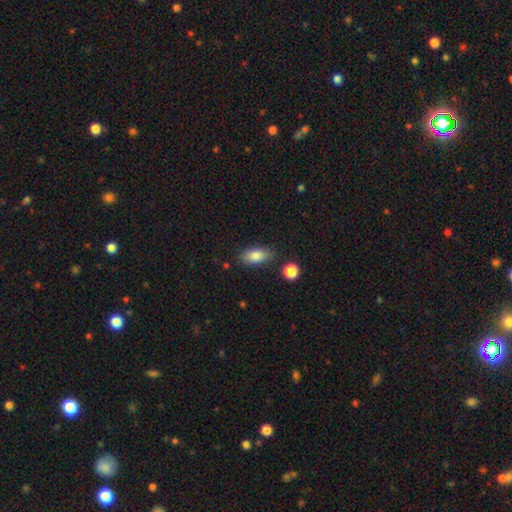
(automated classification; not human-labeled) smooth 85%, featured or disk 8%, star or artifact 7%. Down the decision tree: how rounded — in between (88%); merging — none (81%).